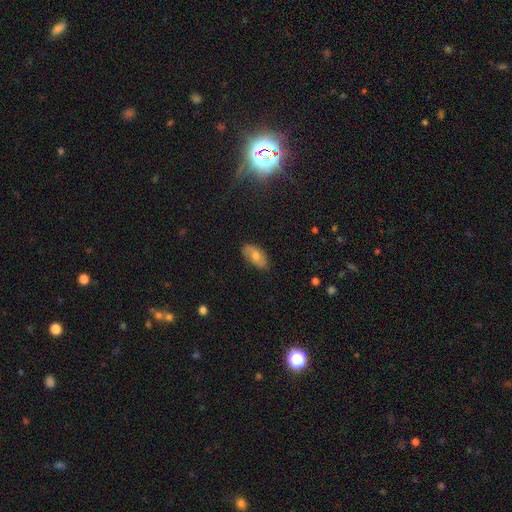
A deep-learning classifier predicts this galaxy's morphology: Overall: smooth (52%; featured or disk 36%). How rounded: in between (90%). Merging: none (82%).